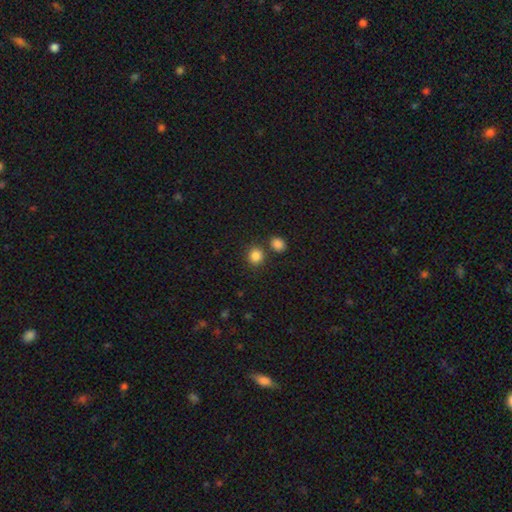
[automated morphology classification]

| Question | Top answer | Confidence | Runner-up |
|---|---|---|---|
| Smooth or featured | smooth | 85% | star or artifact (11%) |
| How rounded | round | 82% | in between (17%) |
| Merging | none | 76% | merger (13%) |